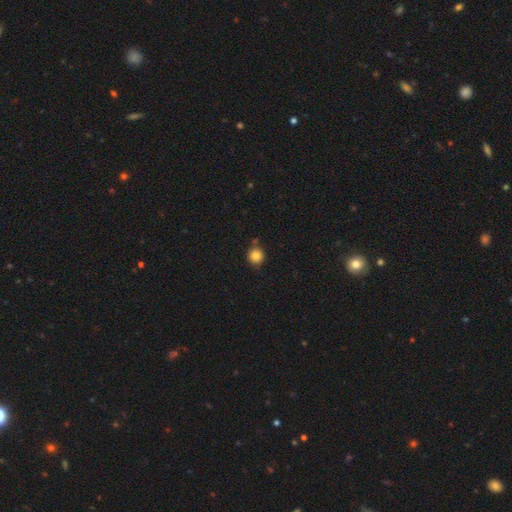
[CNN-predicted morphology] Smooth or featured? Predicted: smooth (p=0.84). How rounded? Predicted: round (p=0.92). Merging? Predicted: none (p=0.76).